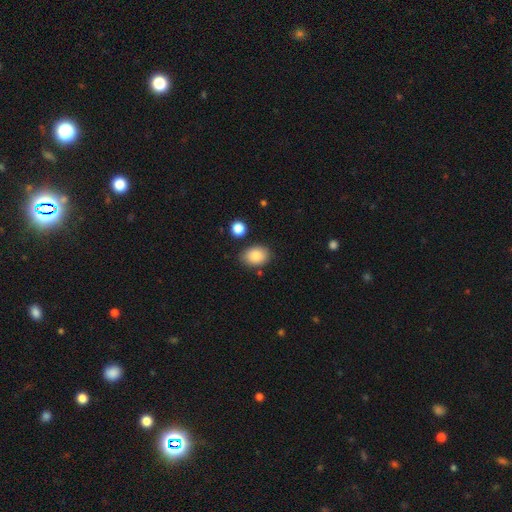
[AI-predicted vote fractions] Smooth or featured?
  - smooth: 87% *
  - star or artifact: 8%
  - featured or disk: 5%
How rounded?
  - in between: 73% *
  - round: 26%
  - cigar-shaped: 1%
Merging?
  - none: 80% *
  - minor disturbance: 13%
  - merger: 4%
  - major disturbance: 3%